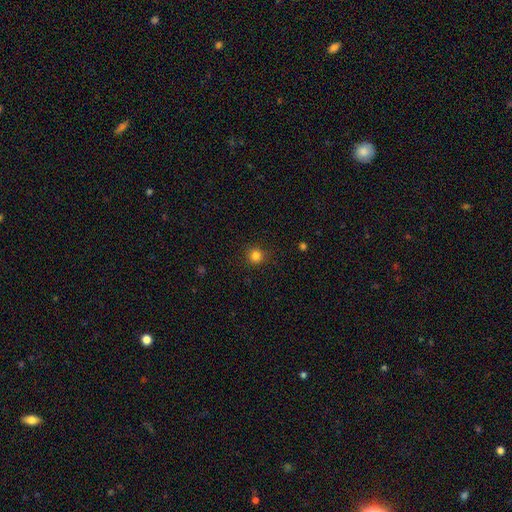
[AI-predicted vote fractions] Smooth or featured: smooth — 83% (star or artifact — 13%)
How rounded: round — 93% (in between — 6%)
Merging: none — 90% (minor disturbance — 7%)